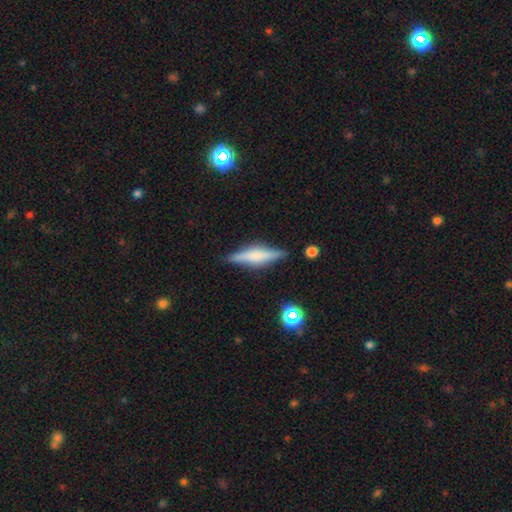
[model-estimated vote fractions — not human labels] Overall: featured or disk (59%; smooth 34%). Edge-on disk: yes (96%). Edge-on bulge: rounded (61%; boxy 28%). Merging: none (84%).